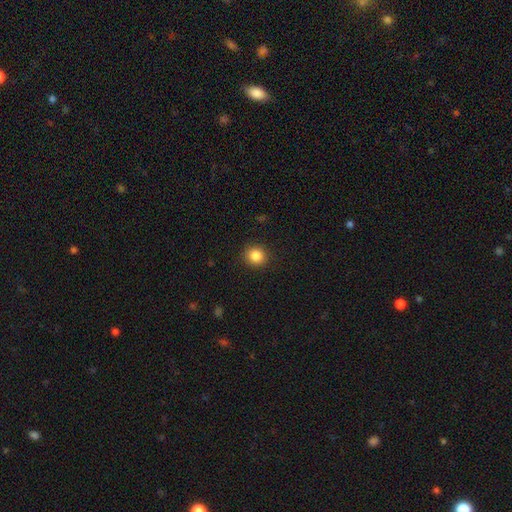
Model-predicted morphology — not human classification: A smooth galaxy with no disk features (85%) that is round (88%).

Vote fractions:
- Smooth or featured? smooth: 85% / star or artifact: 10% / featured or disk: 4%
- How rounded? round: 88% / in between: 11% / cigar-shaped: 1%
- Merging? none: 91% / minor disturbance: 6% / major disturbance: 2% / merger: 1%